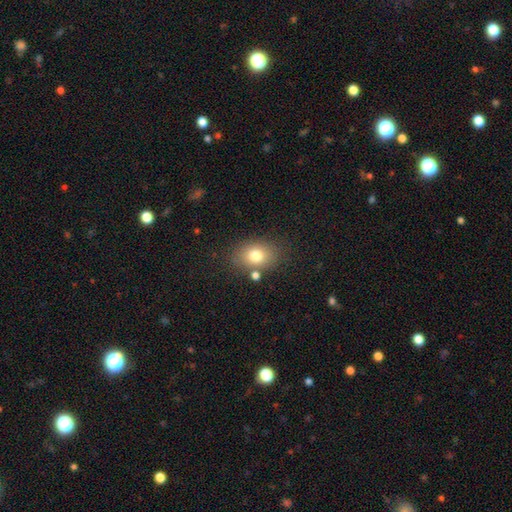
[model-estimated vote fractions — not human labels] A smooth galaxy with no disk features (78%) that is in between round and cigar-shaped (69%).

Vote fractions:
- Smooth or featured? smooth: 78% / featured or disk: 12% / star or artifact: 11%
- How rounded? in between: 69% / round: 29% / cigar-shaped: 1%
- Merging? none: 76% / minor disturbance: 12% / merger: 8% / major disturbance: 4%